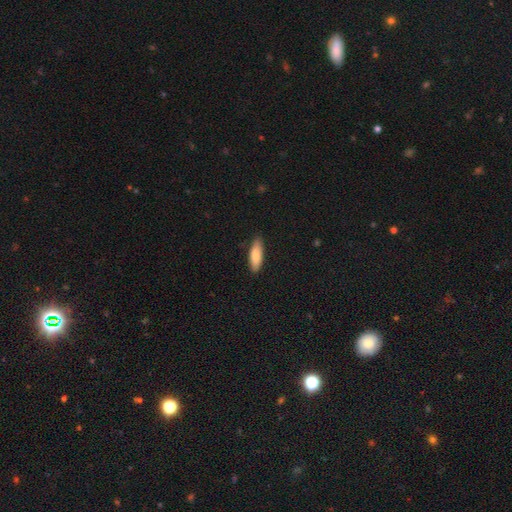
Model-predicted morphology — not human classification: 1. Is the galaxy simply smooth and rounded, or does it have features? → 80% smooth, 14% featured or disk, 6% star or artifact.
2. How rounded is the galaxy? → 52% in between, 46% cigar-shaped, 2% round.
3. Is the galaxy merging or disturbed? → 85% none, 12% minor disturbance, 2% major disturbance, 1% merger.